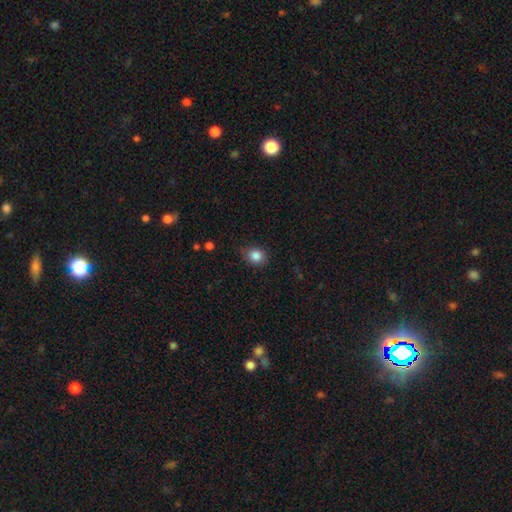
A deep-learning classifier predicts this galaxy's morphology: smooth_or_featured: smooth (p=0.85) [alt: star or artifact p=0.10]
how_rounded: round (p=0.66) [alt: in between p=0.33]
merging: none (p=0.75) [alt: minor disturbance p=0.19]